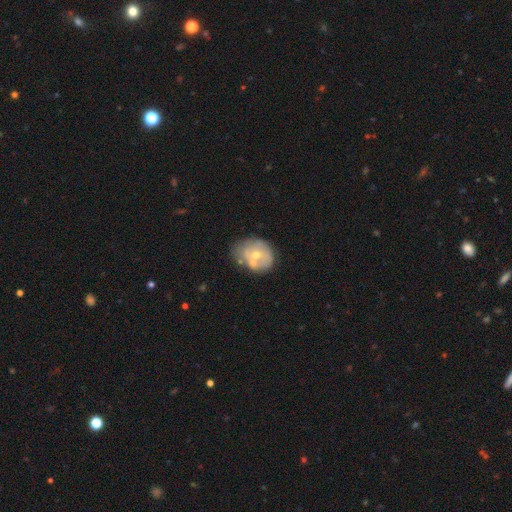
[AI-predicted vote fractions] Smooth or featured: featured or disk — 49% (smooth — 44%)
Merging: none — 38% (minor disturbance — 26%)